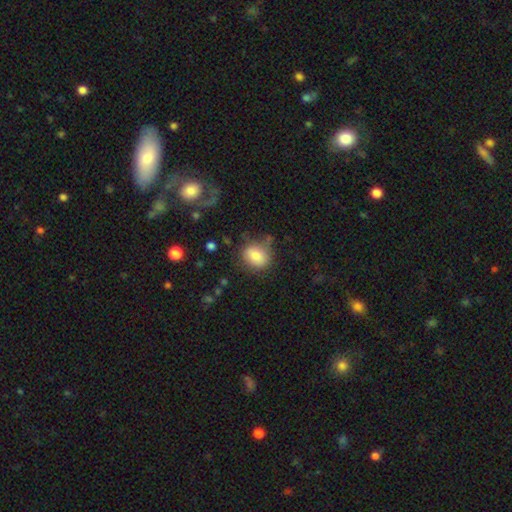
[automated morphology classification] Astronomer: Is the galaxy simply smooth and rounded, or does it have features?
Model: smooth — 80%.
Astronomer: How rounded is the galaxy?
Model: round — 58% (runner-up: in between, 41%).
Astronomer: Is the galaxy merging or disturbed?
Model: none — 68%.